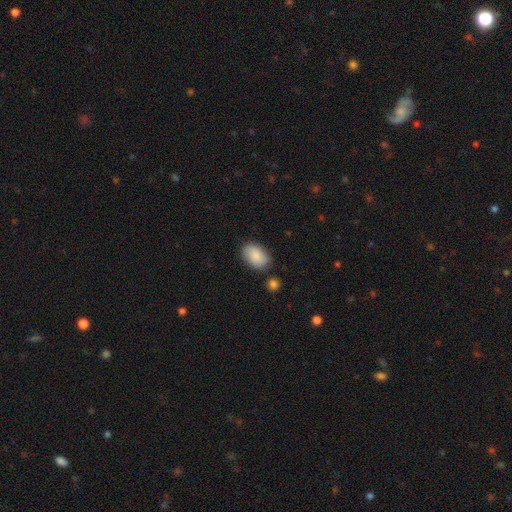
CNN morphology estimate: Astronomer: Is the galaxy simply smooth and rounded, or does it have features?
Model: smooth — 87%.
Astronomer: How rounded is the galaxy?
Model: in between — 89%.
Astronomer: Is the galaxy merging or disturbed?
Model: none — 78%.